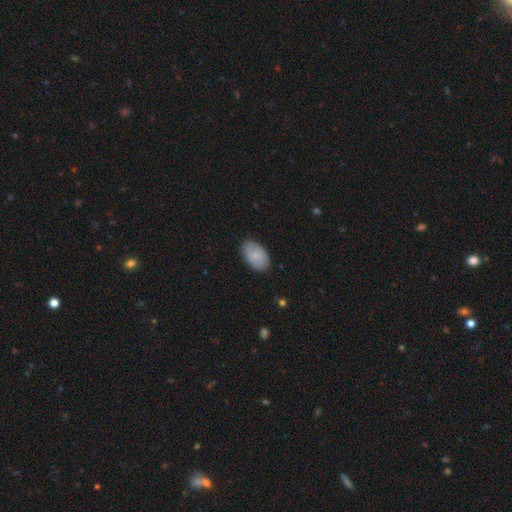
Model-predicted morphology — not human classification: The model was most divided on "merging": none: 84%, minor disturbance: 12%, major disturbance: 2%, merger: 1%. More confident: how rounded — in between (93%); smooth or featured — smooth (84%).